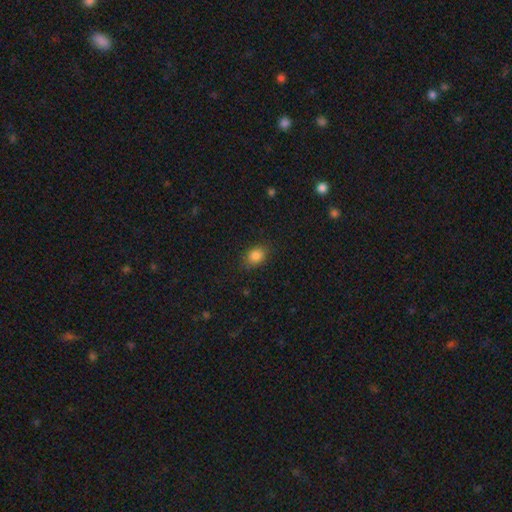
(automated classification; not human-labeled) This appears to be a smooth galaxy with no disk features (85%) that is in between round and cigar-shaped (57%). Merging: none (84%).